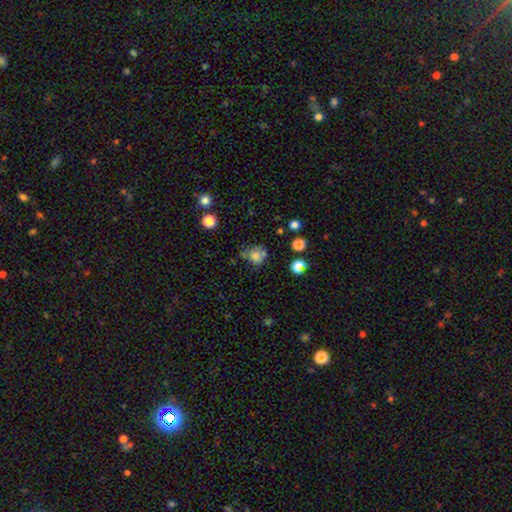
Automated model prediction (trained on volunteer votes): Q: Smooth or featured?
A: smooth (72%); runner-up: featured or disk (14%)
Q: How rounded?
A: round (74%); runner-up: in between (25%)
Q: Merging?
A: none (50%); runner-up: minor disturbance (22%)